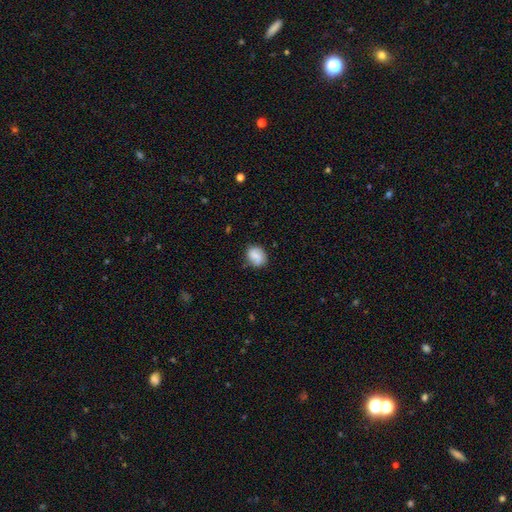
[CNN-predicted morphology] Smooth or featured?
  - smooth: 71% *
  - featured or disk: 20%
  - star or artifact: 9%
How rounded?
  - round: 53% *
  - in between: 46%
  - cigar-shaped: 1%
Merging?
  - none: 70% *
  - minor disturbance: 22%
  - major disturbance: 6%
  - merger: 3%